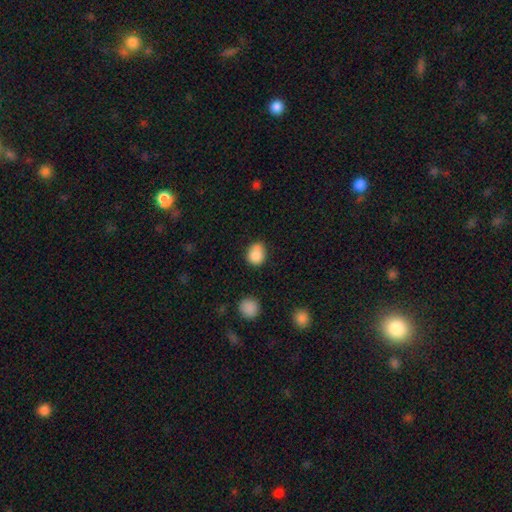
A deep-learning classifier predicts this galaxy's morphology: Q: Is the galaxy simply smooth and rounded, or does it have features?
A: smooth — 84%.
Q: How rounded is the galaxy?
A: round — 63%.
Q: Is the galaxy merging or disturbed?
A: none — 57%.